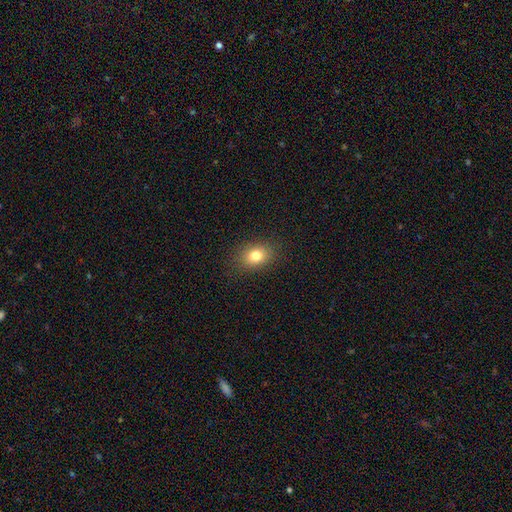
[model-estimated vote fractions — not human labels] A smooth galaxy with no disk features (79%) that is in between round and cigar-shaped (63%).

Vote fractions:
- Smooth or featured? smooth: 79% / star or artifact: 12% / featured or disk: 9%
- How rounded? in between: 63% / round: 36% / cigar-shaped: 1%
- Merging? none: 87% / minor disturbance: 9% / major disturbance: 3% / merger: 1%